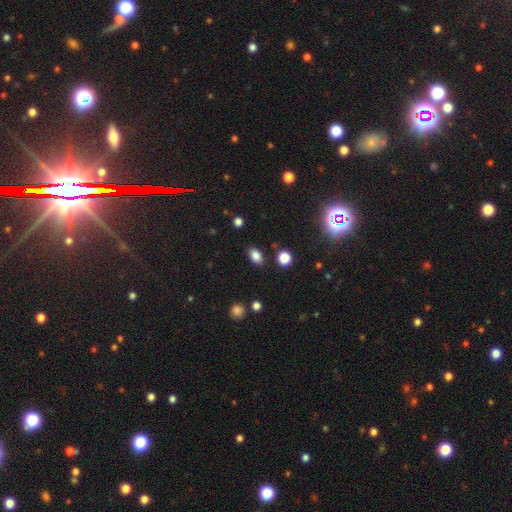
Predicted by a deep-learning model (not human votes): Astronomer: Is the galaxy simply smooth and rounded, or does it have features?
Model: smooth — 83%.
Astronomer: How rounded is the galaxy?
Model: in between — 83%.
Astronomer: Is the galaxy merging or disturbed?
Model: none — 85%.